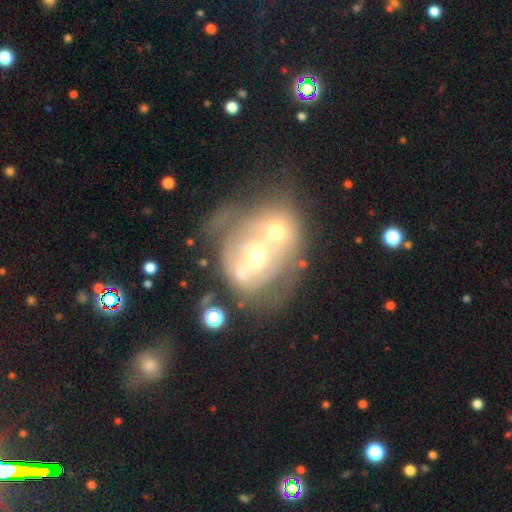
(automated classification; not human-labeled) Smooth or featured?
  - featured or disk: 63% *
  - smooth: 26%
  - star or artifact: 11%
Edge-on disk?
  - no: 95% *
  - yes: 5%
Bar?
  - no: 62% *
  - weak: 23%
  - strong: 15%
Spiral arms?
  - no: 66% *
  - yes: 34%
Bulge size?
  - moderate: 66% *
  - small: 21%
  - large: 8%
  - none: 3%
  - dominant: 2%
Merging?
  - merger: 59% *
  - none: 19%
  - major disturbance: 12%
  - minor disturbance: 10%